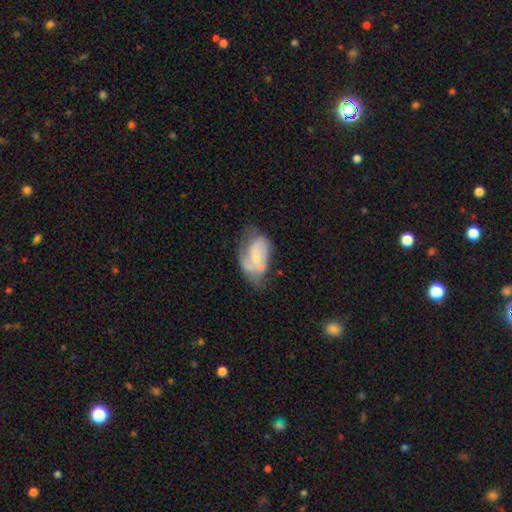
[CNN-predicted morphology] smooth-or-featured: featured or disk: 58% | smooth: 36% | star or artifact: 7%
  disk-edge-on: no: 97% | yes: 3%
    bar: no: 67% | weak: 28% | strong: 6%
    has-spiral-arms: yes: 73% | no: 27%
    bulge-size: small: 57% | moderate: 32% | none: 7% | large: 2% | dominant: 1%
  merging: none: 36% | minor disturbance: 29% | major disturbance: 19% | merger: 16%